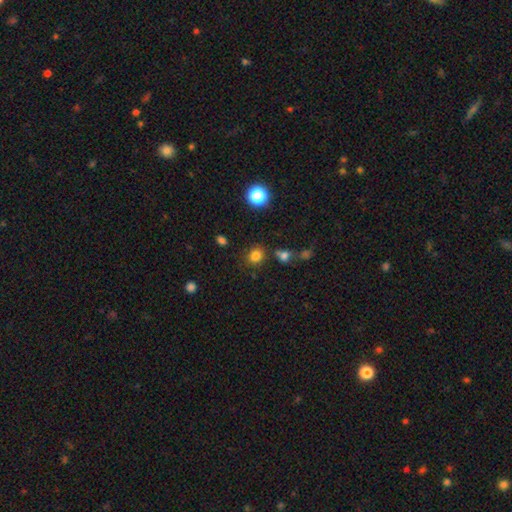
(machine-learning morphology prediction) Overall: smooth (80%). How rounded: round (76%). Merging: none (80%).